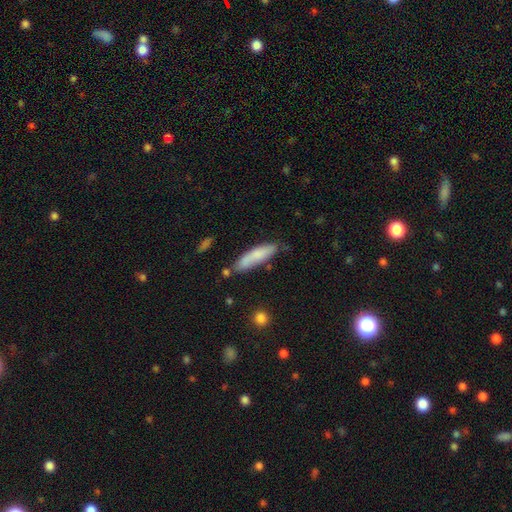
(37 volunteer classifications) smooth-or-featured: smooth: 62% | featured or disk: 35% | star or artifact: 3%
  how-rounded: cigar-shaped: 70% | in between: 30% | round: 0%
  merging: none: 67% | merger: 17% | minor disturbance: 11% | major disturbance: 6%